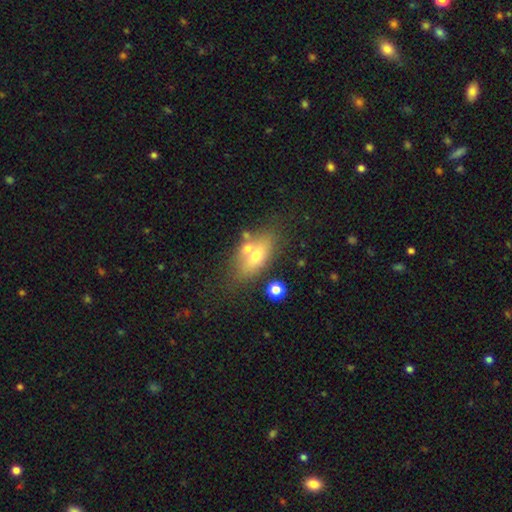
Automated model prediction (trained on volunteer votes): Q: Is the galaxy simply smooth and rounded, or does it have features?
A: smooth — 59%.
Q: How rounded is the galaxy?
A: in between — 80%.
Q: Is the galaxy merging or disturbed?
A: none — 54%.